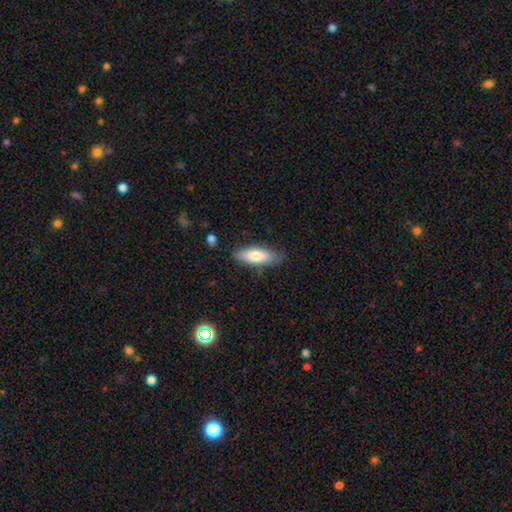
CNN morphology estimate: Overall: smooth (75%). How rounded: in between (65%; cigar-shaped 33%). Merging: none (81%).